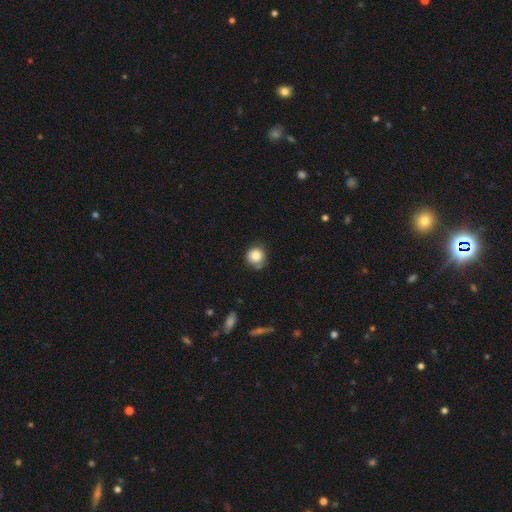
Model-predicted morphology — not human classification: The model was most divided on "merging": none: 72%, minor disturbance: 20%, major disturbance: 4%, merger: 4%. More confident: how rounded — round (92%); smooth or featured — smooth (84%).